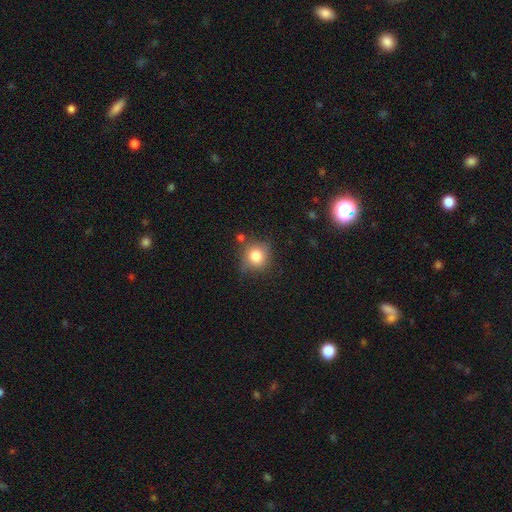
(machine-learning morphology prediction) This is clearly a smooth galaxy (80%). How rounded: clearly round (83%). Merging: likely none (72%).